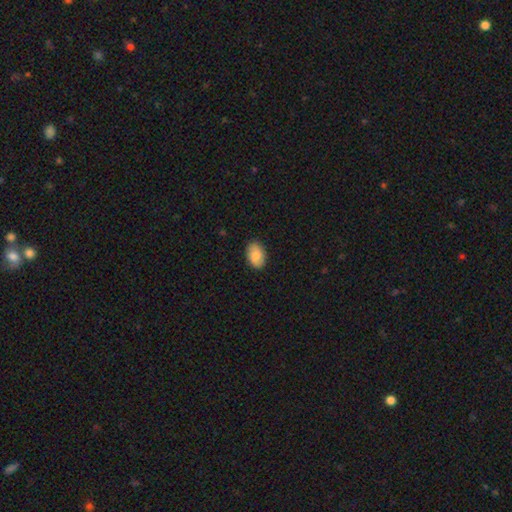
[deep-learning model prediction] smooth_or_featured: smooth (p=0.84) [alt: featured or disk p=0.09]
how_rounded: in between (p=0.88) [alt: round p=0.11]
merging: none (p=0.85) [alt: minor disturbance p=0.11]